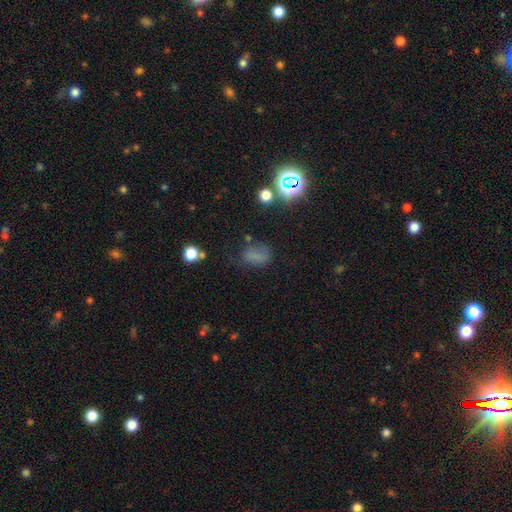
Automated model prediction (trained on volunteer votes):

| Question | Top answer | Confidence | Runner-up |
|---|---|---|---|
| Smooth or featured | smooth | 66% | star or artifact (23%) |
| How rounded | in between | 76% | round (21%) |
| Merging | none | 56% | minor disturbance (24%) |